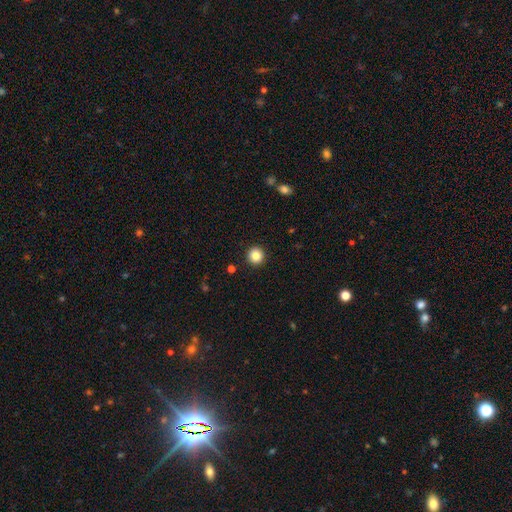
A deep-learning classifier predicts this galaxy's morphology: Q: Smooth or featured?
A: smooth (86%); runner-up: star or artifact (10%)
Q: How rounded?
A: round (95%); runner-up: in between (4%)
Q: Merging?
A: none (93%); runner-up: minor disturbance (4%)